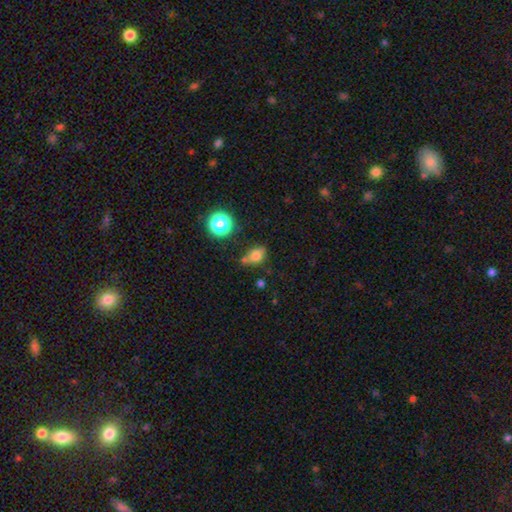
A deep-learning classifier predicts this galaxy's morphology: This is likely a smooth galaxy (74%). How rounded: likely in between (67%). Merging: possibly none (55%).